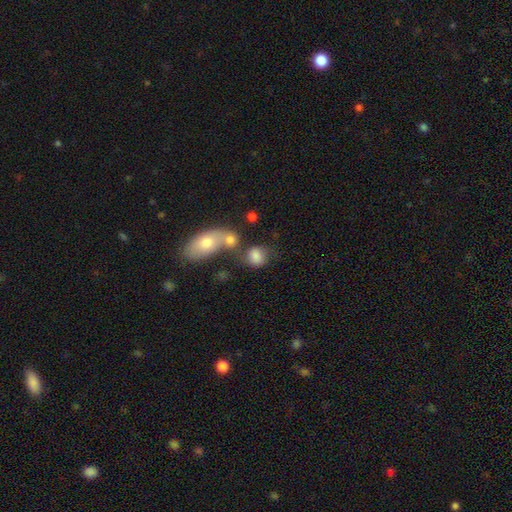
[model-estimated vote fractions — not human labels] Smooth or featured?
  - smooth: 79% *
  - featured or disk: 11%
  - star or artifact: 10%
How rounded?
  - round: 55% *
  - in between: 43%
  - cigar-shaped: 2%
Merging?
  - none: 44% *
  - merger: 35%
  - minor disturbance: 13%
  - major disturbance: 8%